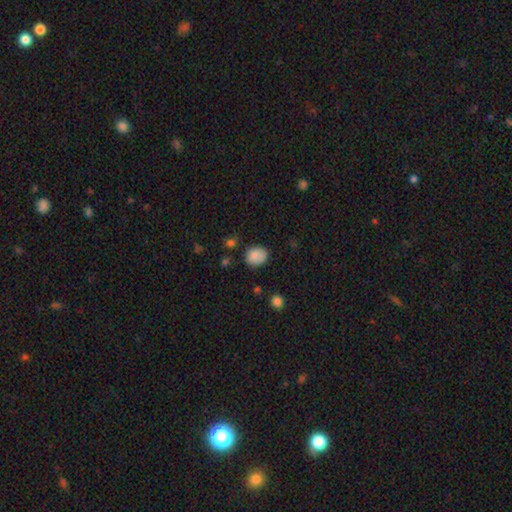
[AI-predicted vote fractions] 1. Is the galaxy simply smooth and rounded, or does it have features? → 83% smooth, 9% star or artifact, 7% featured or disk.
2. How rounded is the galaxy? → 59% round, 40% in between, 1% cigar-shaped.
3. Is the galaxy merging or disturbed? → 73% none, 20% minor disturbance, 4% major disturbance, 3% merger.